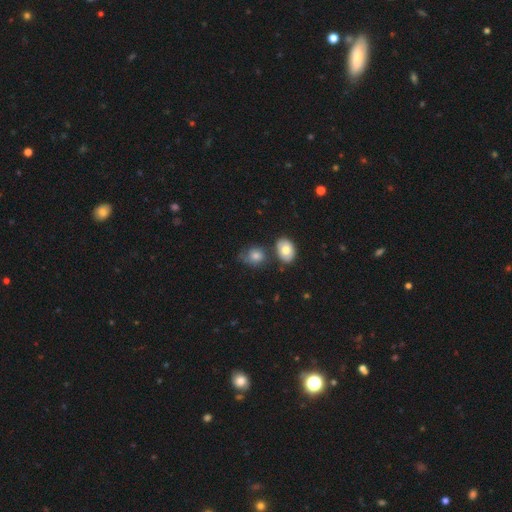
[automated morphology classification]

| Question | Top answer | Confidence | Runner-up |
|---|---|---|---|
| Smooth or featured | smooth | 75% | featured or disk (16%) |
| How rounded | round | 62% | in between (37%) |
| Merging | none | 52% | minor disturbance (25%) |